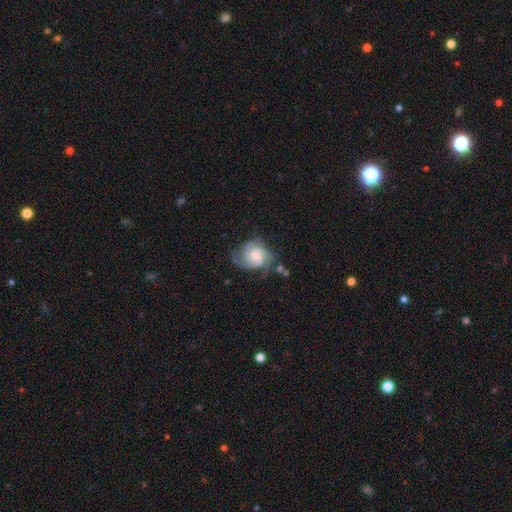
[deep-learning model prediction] Smooth or featured: featured or disk — 79% (smooth — 15%)
Edge-on disk: no — 98% (yes — 2%)
Bar: no — 70% (weak — 26%)
Spiral arms: yes — 95% (no — 5%)
Spiral winding: tight — 50% (medium — 39%)
Spiral arm count: 3 — 42% (2 — 23%)
Bulge size: moderate — 50% (small — 33%)
Merging: none — 60% (minor disturbance — 23%)